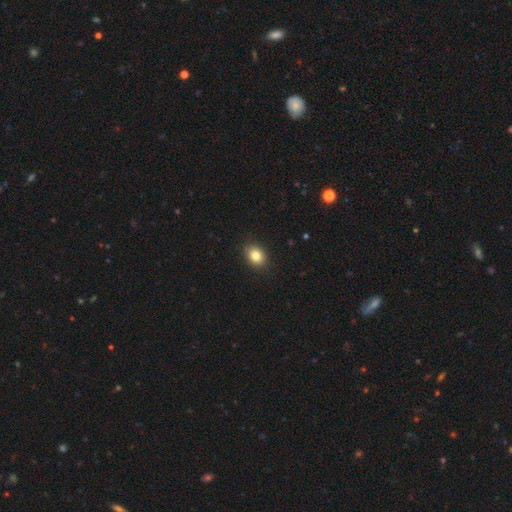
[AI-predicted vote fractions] This appears to be a smooth galaxy with no disk features (83%) that is in between round and cigar-shaped (60%). Merging: none (88%).